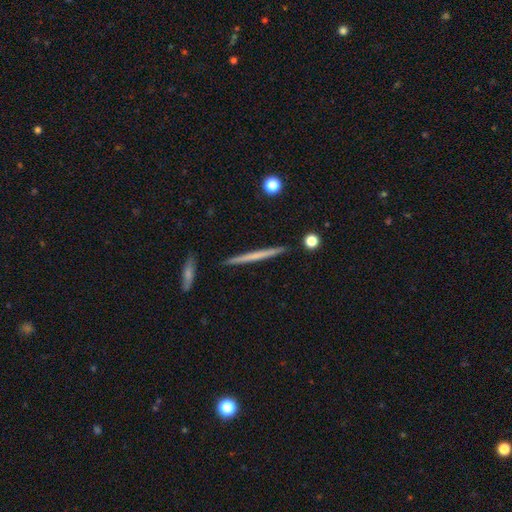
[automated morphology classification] Q: Smooth or featured?
A: smooth (50%); runner-up: featured or disk (45%)
Q: Merging?
A: none (91%); runner-up: minor disturbance (6%)